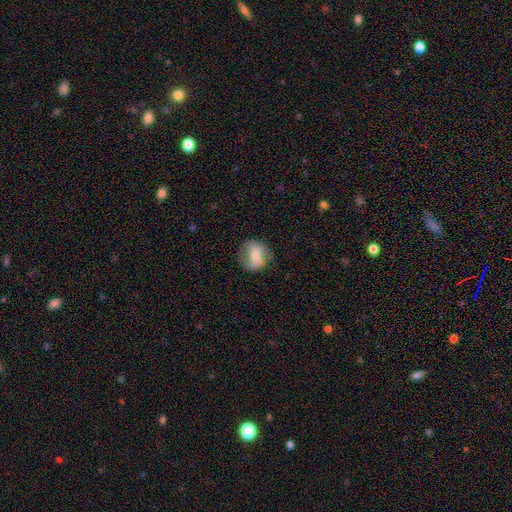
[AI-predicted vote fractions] Smooth or featured? smooth (57%)
How rounded? round (75%)
Merging? none (72%)